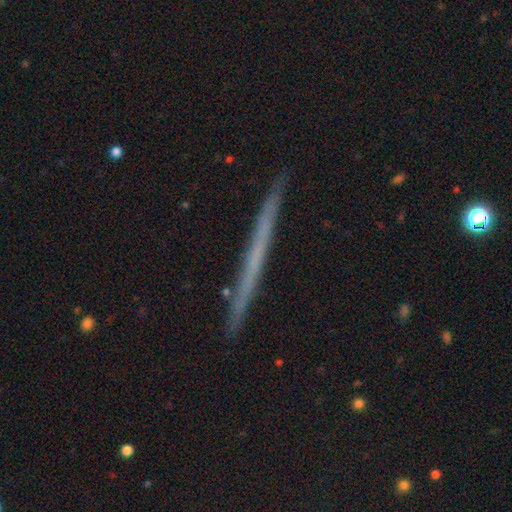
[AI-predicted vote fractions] This appears to be a featured or disk galaxy (56%) viewed edge-on (96%) with no central bulge (92%). Merging: none (90%).